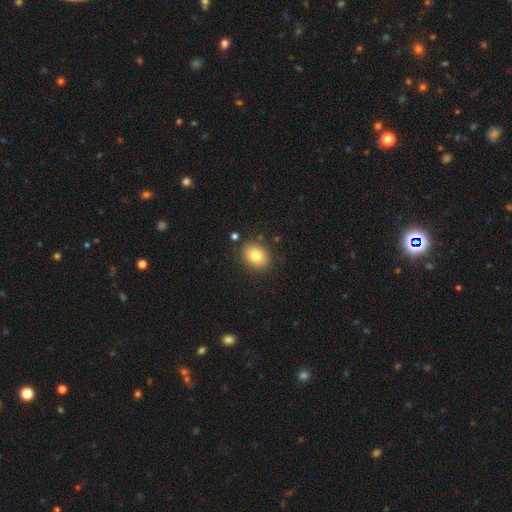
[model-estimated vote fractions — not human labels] Q: Smooth or featured?
A: smooth (81%); runner-up: star or artifact (10%)
Q: How rounded?
A: round (50%); runner-up: in between (49%)
Q: Merging?
A: none (86%); runner-up: minor disturbance (9%)